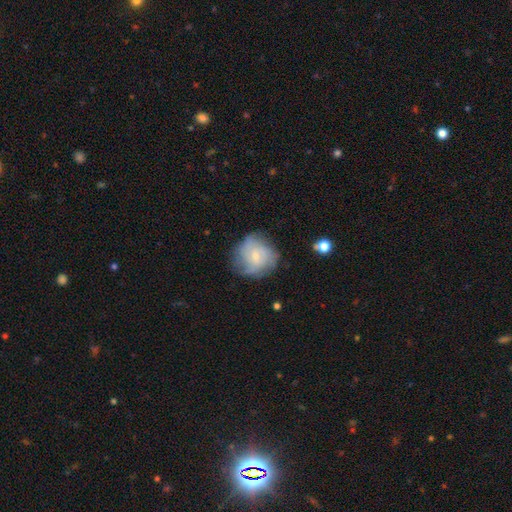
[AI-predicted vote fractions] Morphology: type=featured or disk (48%); merging=none (64%).